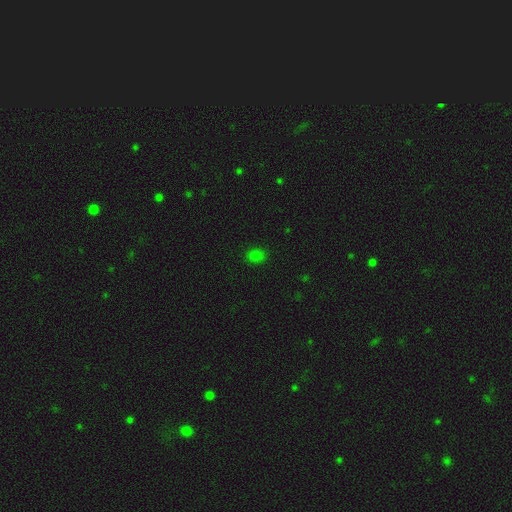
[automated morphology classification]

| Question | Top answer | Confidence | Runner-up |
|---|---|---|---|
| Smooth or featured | smooth | 79% | star or artifact (17%) |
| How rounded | in between | 53% | round (46%) |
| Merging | none | 88% | minor disturbance (9%) |